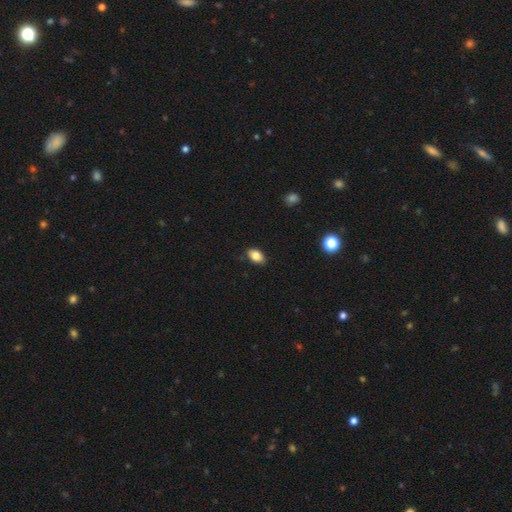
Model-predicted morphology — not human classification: Smooth or featured? smooth (83%)
How rounded? in between (89%)
Merging? none (83%)